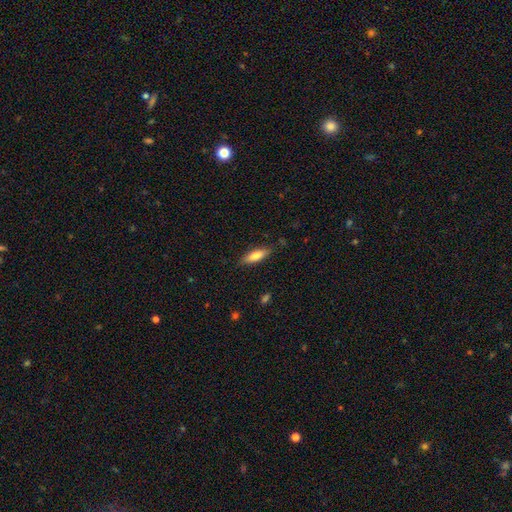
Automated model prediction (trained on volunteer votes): This appears to be a smooth galaxy with no disk features (74%) that is cigar-shaped (51%). Merging: none (83%).